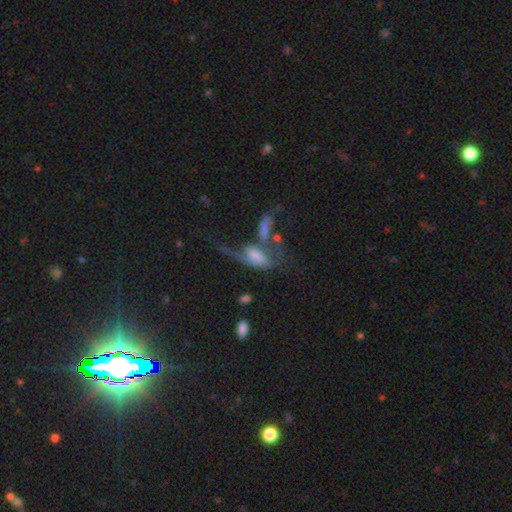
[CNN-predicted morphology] featured or disk 51%, smooth 37%, star or artifact 12%. Down the decision tree: edge-on disk — no (85%); merging — merger (37%).